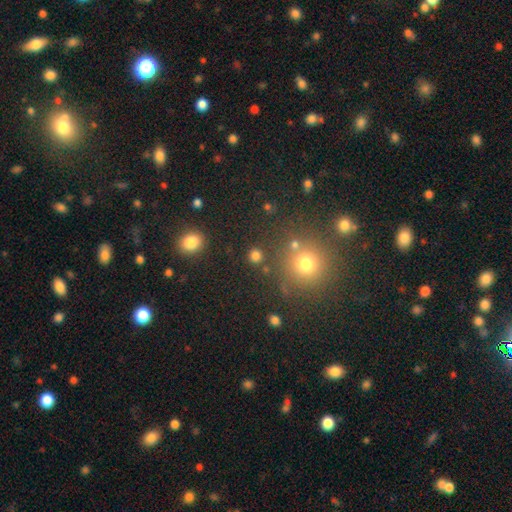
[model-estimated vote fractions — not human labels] smooth_or_featured: smooth (p=0.79) [alt: star or artifact p=0.16]
how_rounded: round (p=0.91) [alt: in between p=0.08]
merging: none (p=0.86) [alt: minor disturbance p=0.06]